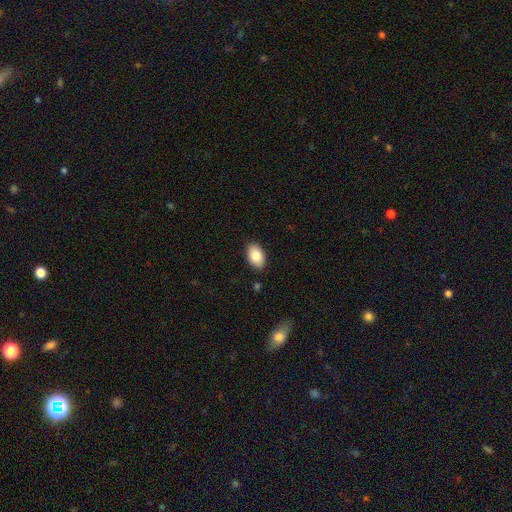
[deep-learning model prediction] Morphology: type=smooth (84%); roundness=in between (92%); merging=none (88%).